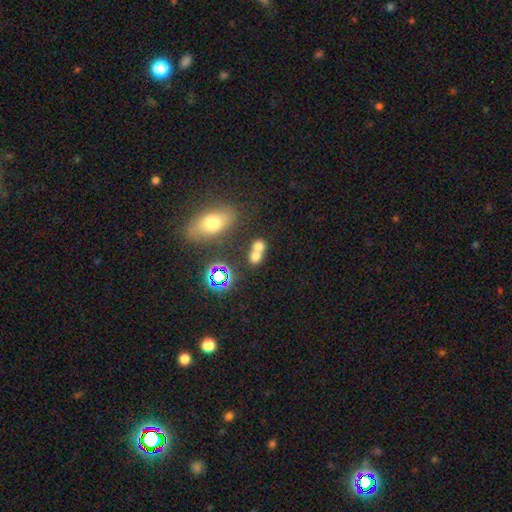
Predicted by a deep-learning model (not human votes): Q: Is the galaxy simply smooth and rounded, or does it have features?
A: smooth — 65%.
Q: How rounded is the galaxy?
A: in between — 50%.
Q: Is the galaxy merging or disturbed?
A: merger — 61%.